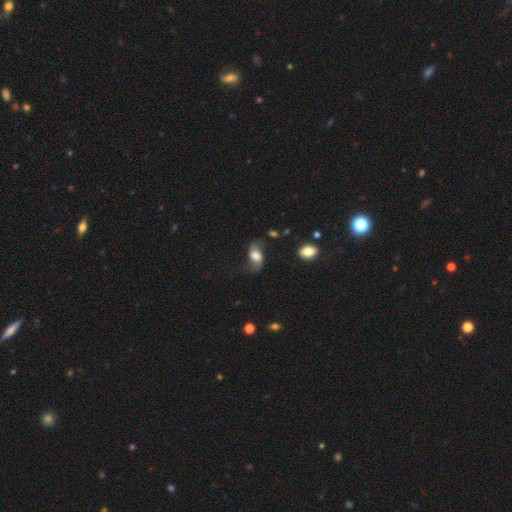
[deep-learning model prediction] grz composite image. It shows a featured or disk galaxy (49%). Merging: none (57%).